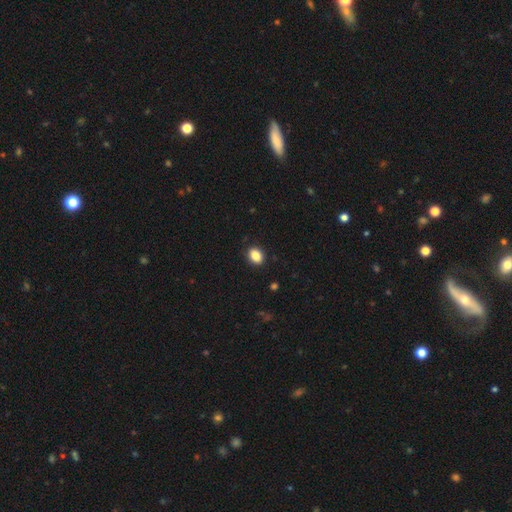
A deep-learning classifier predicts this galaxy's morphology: smooth-or-featured: smooth: 87% | star or artifact: 9% | featured or disk: 5%
  how-rounded: in between: 70% | round: 29% | cigar-shaped: 1%
  merging: none: 89% | minor disturbance: 8% | major disturbance: 2% | merger: 1%